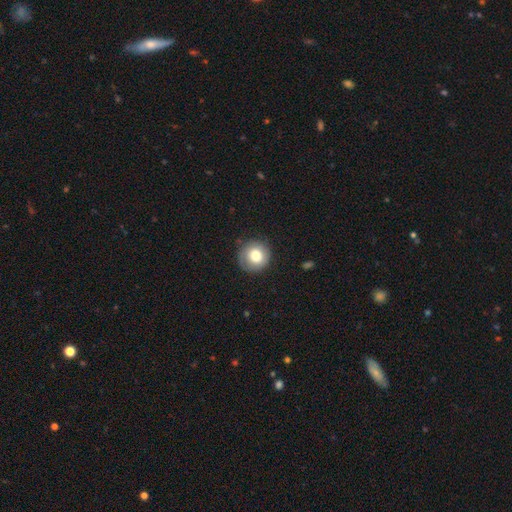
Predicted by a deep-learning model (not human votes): Morphology: type=smooth (76%); roundness=round (92%); merging=none (82%).